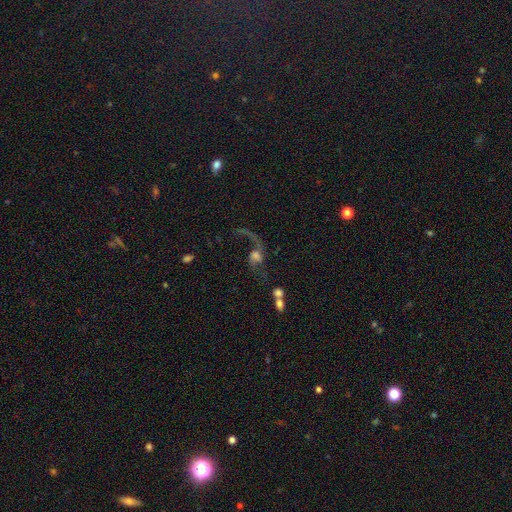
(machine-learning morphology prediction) Smooth or featured? Predicted: featured or disk (p=0.71). Edge-on disk? Predicted: no (p=0.95). Bar? Predicted: no (p=0.58). Spiral arms? Predicted: yes (p=0.88). Spiral winding? Predicted: loose (p=0.90). Spiral arm count? Predicted: 2 (p=0.66). Bulge size? Predicted: moderate (p=0.39). Merging? Predicted: none (p=0.38).